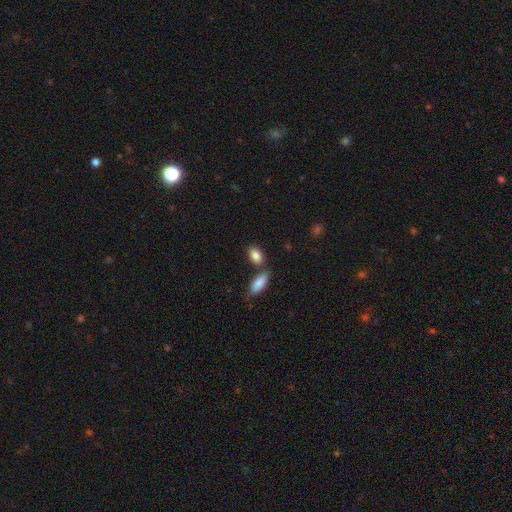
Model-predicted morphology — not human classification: Smooth or featured? Predicted: smooth (p=0.86). How rounded? Predicted: in between (p=0.88). Merging? Predicted: none (p=0.63).